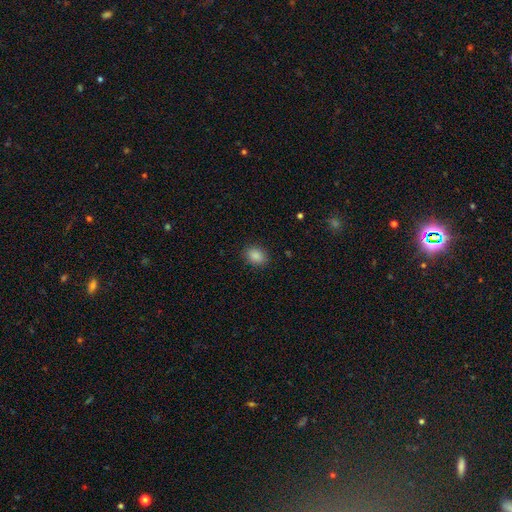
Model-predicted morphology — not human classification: Smooth or featured? smooth (87%)
How rounded? in between (66%)
Merging? none (89%)